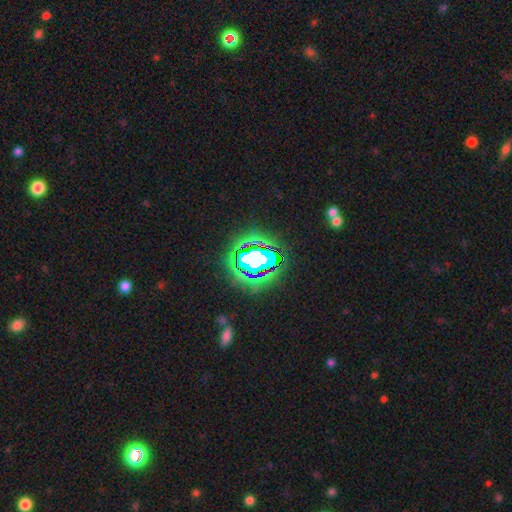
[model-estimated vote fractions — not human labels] Smooth or featured? Predicted: star or artifact (p=0.67).